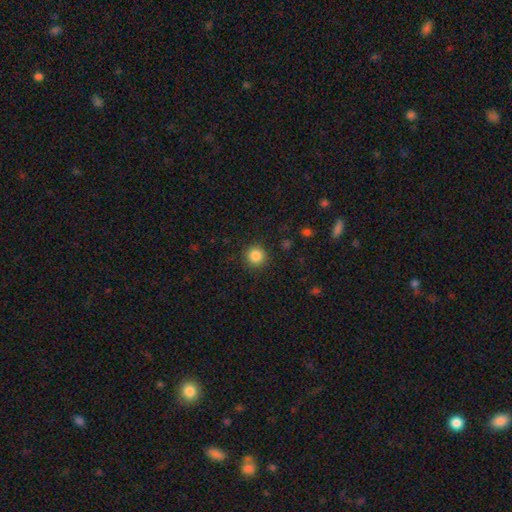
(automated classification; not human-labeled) Q: Smooth or featured?
A: smooth (86%); runner-up: star or artifact (11%)
Q: How rounded?
A: round (94%); runner-up: in between (5%)
Q: Merging?
A: none (90%); runner-up: minor disturbance (6%)